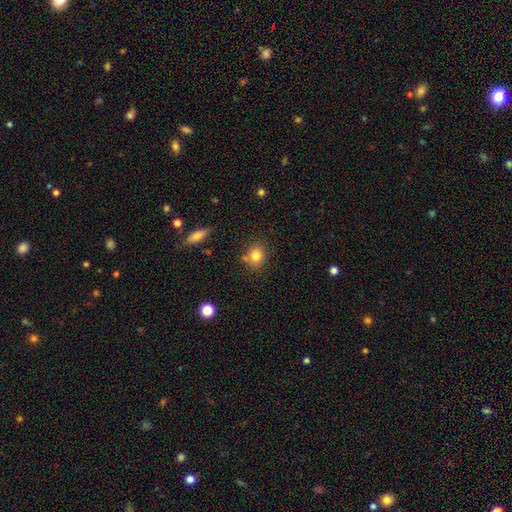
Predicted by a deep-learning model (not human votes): Q: Smooth or featured?
A: smooth (81%); runner-up: star or artifact (11%)
Q: How rounded?
A: round (73%); runner-up: in between (26%)
Q: Merging?
A: none (72%); runner-up: minor disturbance (13%)